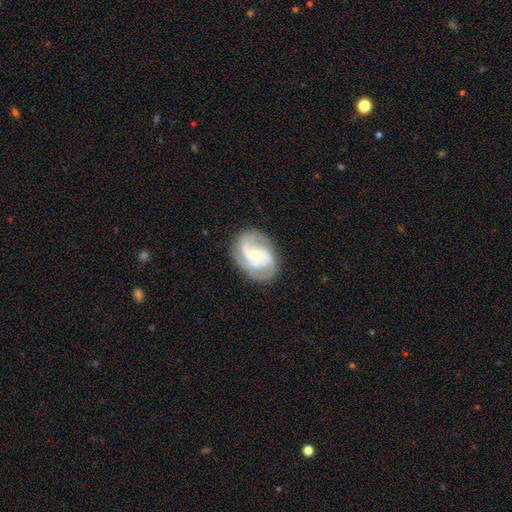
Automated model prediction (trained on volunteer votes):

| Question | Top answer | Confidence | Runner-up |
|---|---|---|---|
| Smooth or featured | featured or disk | 85% | smooth (10%) |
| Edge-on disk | no | 98% | yes (2%) |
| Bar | no | 50% | weak (39%) |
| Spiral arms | yes | 96% | no (4%) |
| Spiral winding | medium | 49% | tight (37%) |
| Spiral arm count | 2 | 47% | 3 (30%) |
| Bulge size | small | 50% | moderate (42%) |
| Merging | none | 75% | minor disturbance (16%) |